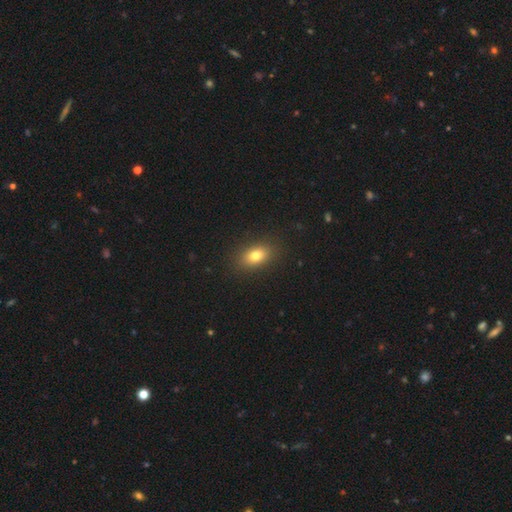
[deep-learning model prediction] smooth_or_featured: smooth (p=0.78) [alt: featured or disk p=0.11]
how_rounded: in between (p=0.81) [alt: round p=0.16]
merging: none (p=0.88) [alt: minor disturbance p=0.08]